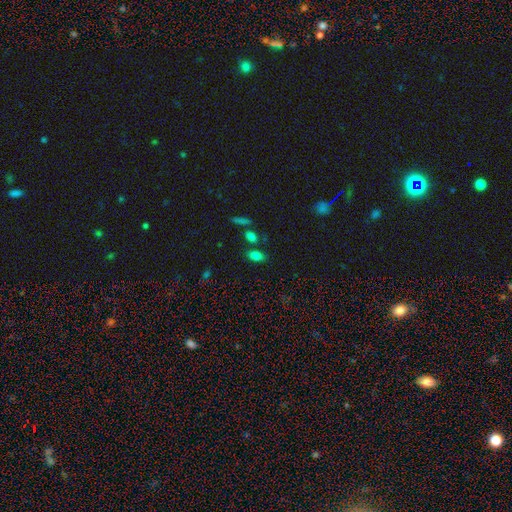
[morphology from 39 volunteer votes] Overall: smooth (82%). How rounded: in between (97%). Merging: none (81%).